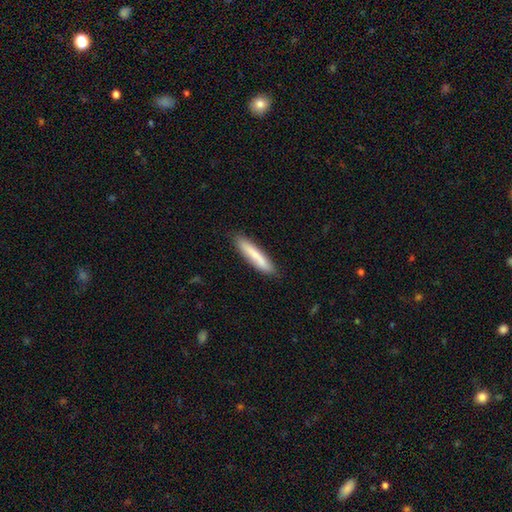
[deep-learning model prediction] smooth_or_featured: smooth (p=0.76) [alt: featured or disk p=0.18]
how_rounded: cigar-shaped (p=0.89) [alt: in between p=0.09]
merging: none (p=0.85) [alt: minor disturbance p=0.11]